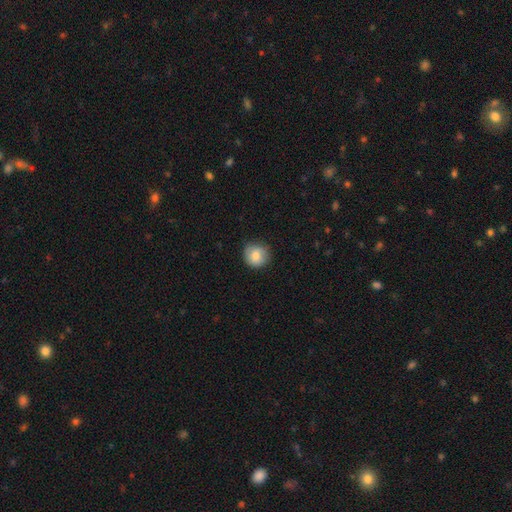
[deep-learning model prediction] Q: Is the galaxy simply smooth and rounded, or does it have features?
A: smooth — 82%.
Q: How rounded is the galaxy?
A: round — 90%.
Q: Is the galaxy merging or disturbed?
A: none — 82%.